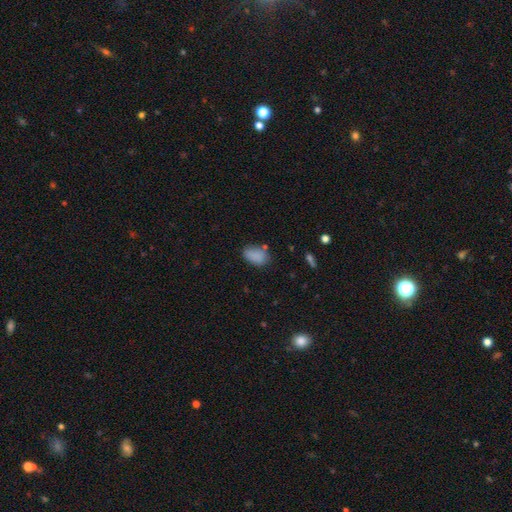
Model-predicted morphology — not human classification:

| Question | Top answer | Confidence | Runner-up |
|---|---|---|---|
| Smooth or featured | smooth | 86% | star or artifact (9%) |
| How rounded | in between | 87% | round (12%) |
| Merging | none | 70% | minor disturbance (20%) |